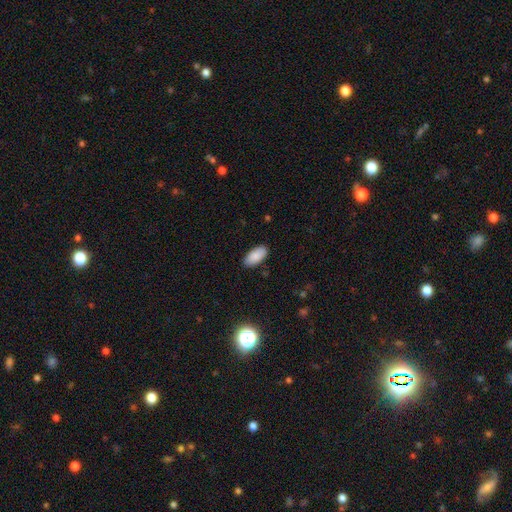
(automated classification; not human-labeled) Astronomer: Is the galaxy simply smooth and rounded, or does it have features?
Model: smooth — 89%.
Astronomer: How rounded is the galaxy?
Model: in between — 94%.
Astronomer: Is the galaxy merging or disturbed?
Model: none — 88%.